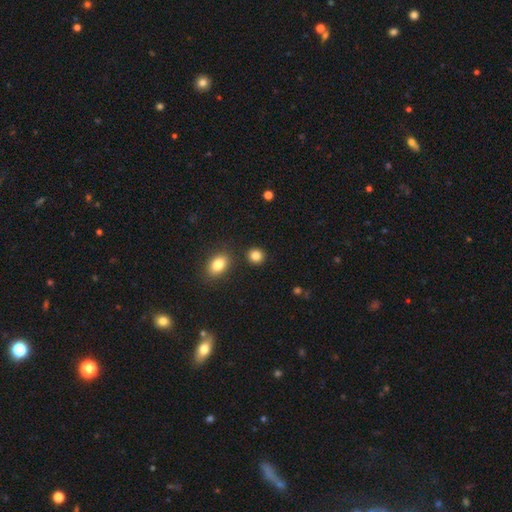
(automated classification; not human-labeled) The model was most divided on "how rounded": round: 82%, in between: 17%, cigar-shaped: 1%. More confident: merging — none (88%); smooth or featured — smooth (85%).